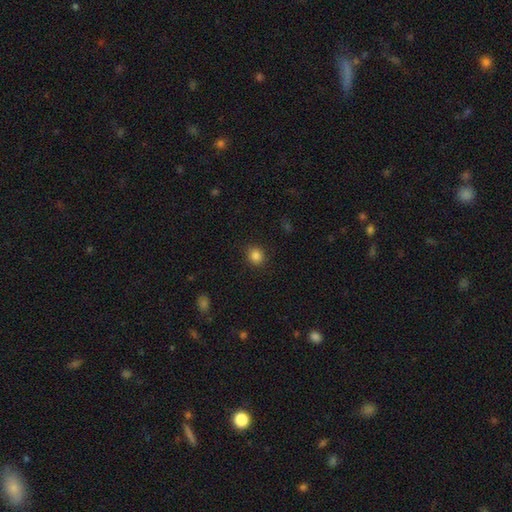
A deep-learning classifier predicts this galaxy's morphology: Smooth or featured? smooth (85%)
How rounded? round (84%)
Merging? none (90%)